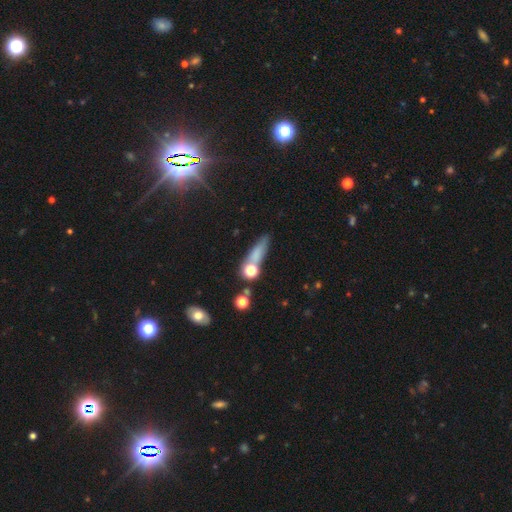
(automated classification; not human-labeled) Overall: smooth (67%). How rounded: cigar-shaped (58%; in between 29%). Merging: none (61%).